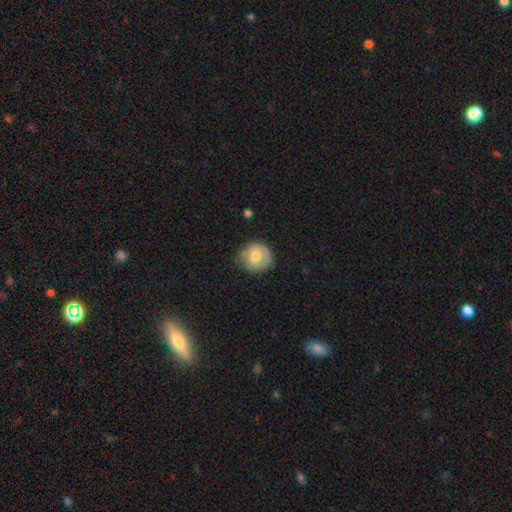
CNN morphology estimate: Overall: smooth (67%). How rounded: round (82%). Merging: none (60%; minor disturbance 30%).